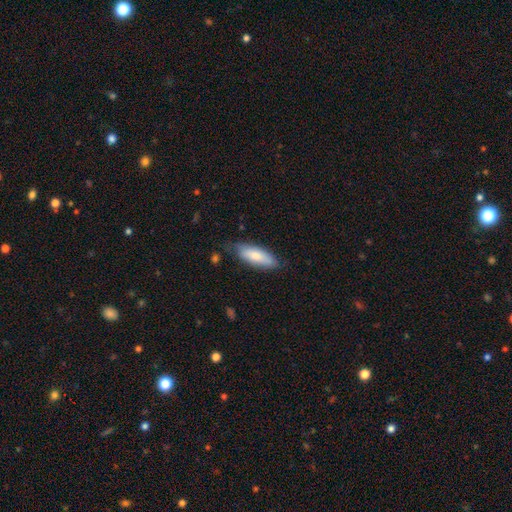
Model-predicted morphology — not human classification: Smooth or featured? smooth (78%)
How rounded? in between (64%)
Merging? none (72%)